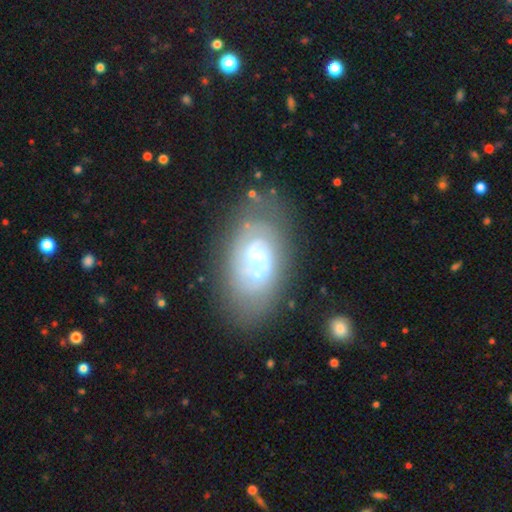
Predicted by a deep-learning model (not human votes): Smooth or featured? Predicted: featured or disk (p=0.75). Edge-on disk? Predicted: no (p=0.96). Bar? Predicted: no (p=0.51). Spiral arms? Predicted: yes (p=0.85). Spiral winding? Predicted: tight (p=0.42). Spiral arm count? Predicted: 2 (p=0.53). Bulge size? Predicted: moderate (p=0.46). Merging? Predicted: none (p=0.59).